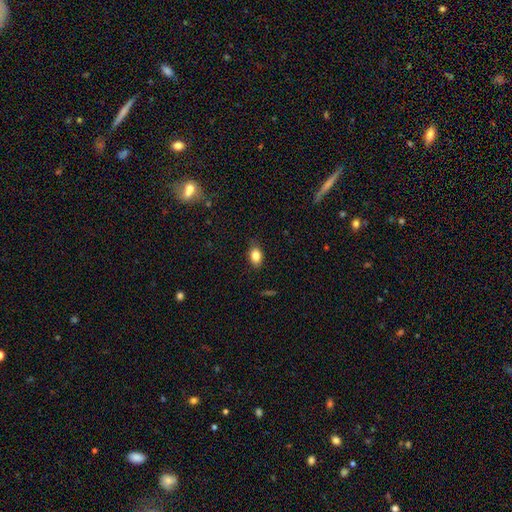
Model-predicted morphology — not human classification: Smooth or featured? smooth (83%)
How rounded? in between (81%)
Merging? none (83%)